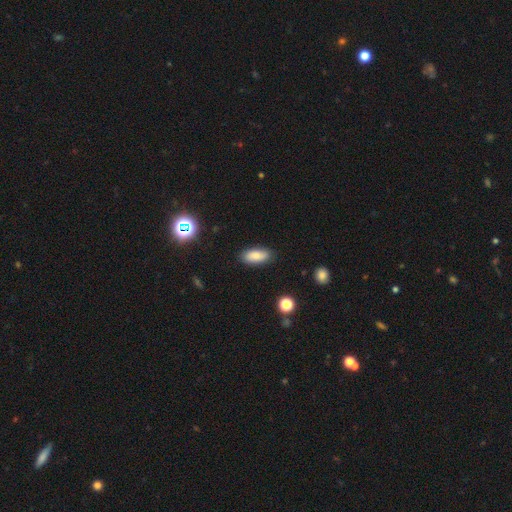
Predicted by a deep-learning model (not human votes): smooth_or_featured: smooth (p=0.84) [alt: star or artifact p=0.08]
how_rounded: in between (p=0.85) [alt: cigar-shaped p=0.12]
merging: none (p=0.87) [alt: minor disturbance p=0.10]